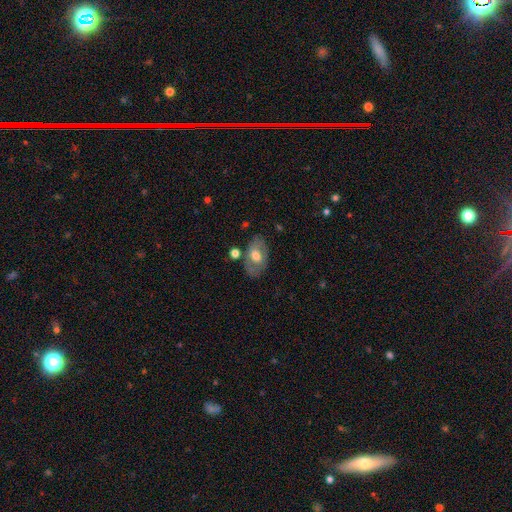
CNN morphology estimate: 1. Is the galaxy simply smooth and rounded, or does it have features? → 53% smooth, 40% featured or disk, 7% star or artifact.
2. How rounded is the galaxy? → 88% in between, 11% round, 1% cigar-shaped.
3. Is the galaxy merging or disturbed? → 71% none, 17% minor disturbance, 6% merger, 5% major disturbance.